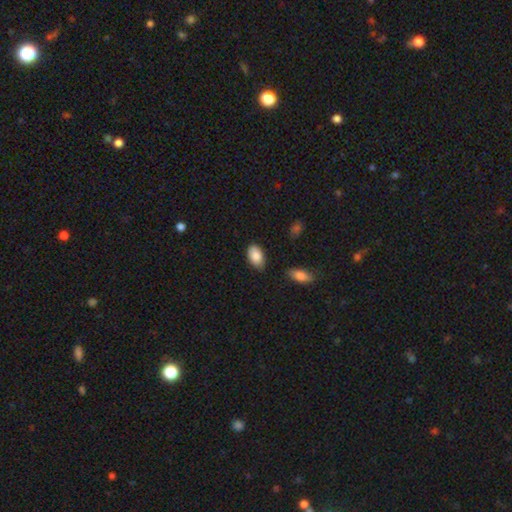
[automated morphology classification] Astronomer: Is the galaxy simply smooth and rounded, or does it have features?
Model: smooth — 86%.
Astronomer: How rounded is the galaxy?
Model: in between — 93%.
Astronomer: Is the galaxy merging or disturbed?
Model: none — 79%.